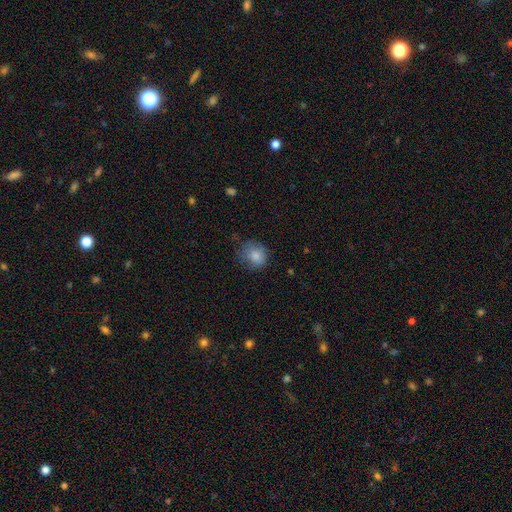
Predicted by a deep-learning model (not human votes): A smooth galaxy with no disk features (83%) that is round (78%).

Vote fractions:
- Smooth or featured? smooth: 83% / star or artifact: 9% / featured or disk: 8%
- How rounded? round: 78% / in between: 21% / cigar-shaped: 1%
- Merging? none: 61% / minor disturbance: 27% / major disturbance: 10% / merger: 2%